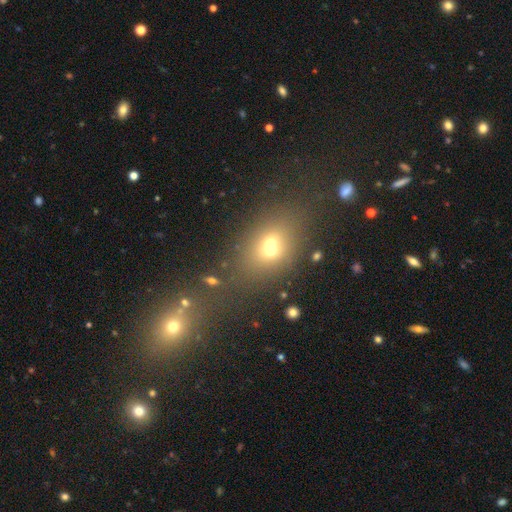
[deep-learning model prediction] Smooth or featured? smooth (54%)
How rounded? in between (60%)
Merging? none (44%)